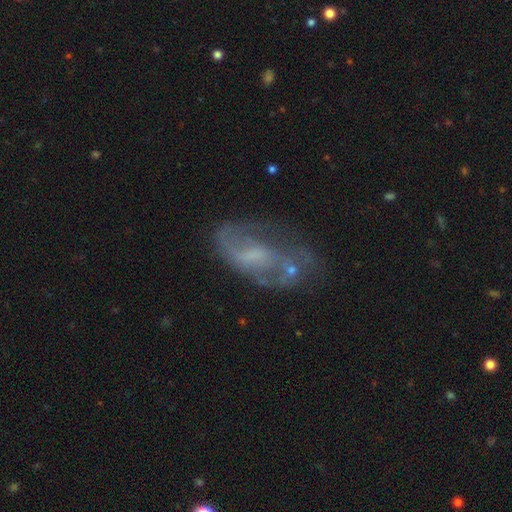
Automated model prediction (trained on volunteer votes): smooth-or-featured: featured or disk: 67% | smooth: 22% | star or artifact: 11%
  disk-edge-on: no: 94% | yes: 6%
    bar: no: 44% (tied) | weak: 44% (tied) | strong: 11%
    has-spiral-arms: yes: 69% | no: 31%
    bulge-size: small: 38% | none: 33% | moderate: 25% | large: 4% | dominant: 1%
  merging: none: 44% | major disturbance: 23% | minor disturbance: 22% | merger: 11%